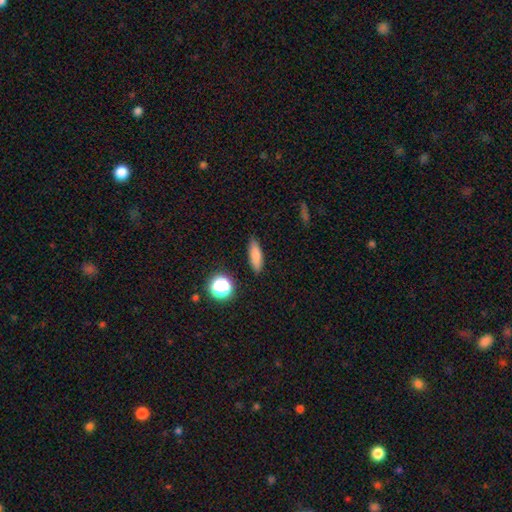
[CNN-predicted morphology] smooth_or_featured: smooth (p=0.80) [alt: star or artifact p=0.10]
how_rounded: cigar-shaped (p=0.47) [tied with: in between p=0.47]
merging: none (p=0.85) [alt: minor disturbance p=0.10]